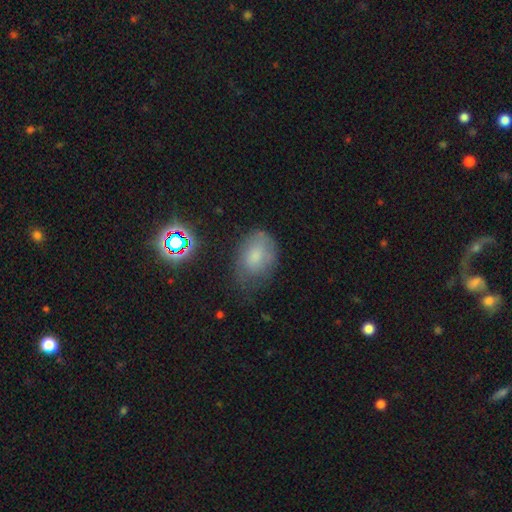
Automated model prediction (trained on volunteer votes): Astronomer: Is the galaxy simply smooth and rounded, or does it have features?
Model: smooth — 65%.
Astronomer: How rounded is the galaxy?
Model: in between — 78%.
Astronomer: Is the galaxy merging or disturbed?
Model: none — 49% (runner-up: minor disturbance, 34%).